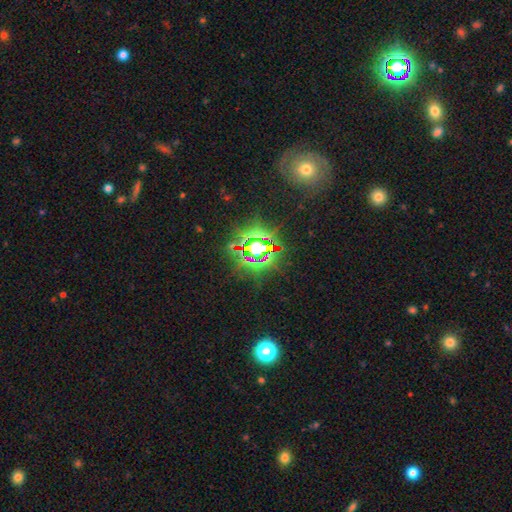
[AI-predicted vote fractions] Smooth or featured: star or artifact — 77% (smooth — 14%)